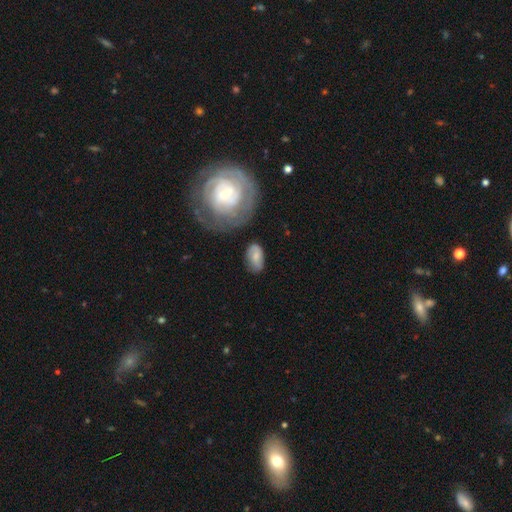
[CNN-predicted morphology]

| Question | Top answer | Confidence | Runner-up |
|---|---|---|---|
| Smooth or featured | smooth | 64% | featured or disk (28%) |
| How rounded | in between | 88% | round (9%) |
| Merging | none | 67% | minor disturbance (21%) |